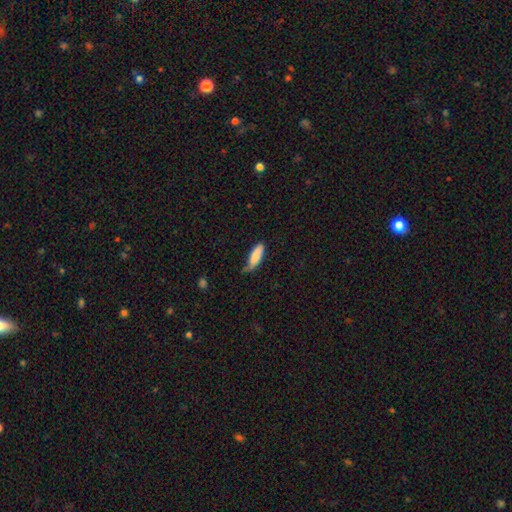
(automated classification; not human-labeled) Q: Smooth or featured?
A: smooth (82%); runner-up: featured or disk (12%)
Q: How rounded?
A: in between (53%); runner-up: cigar-shaped (46%)
Q: Merging?
A: none (46%); runner-up: minor disturbance (40%)